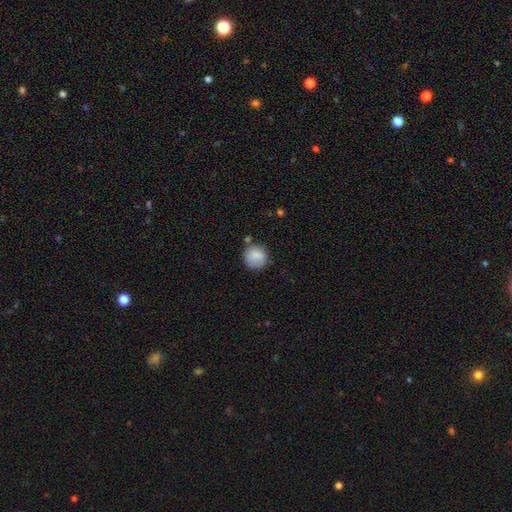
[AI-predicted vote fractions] Overall: smooth (83%). How rounded: round (90%). Merging: none (71%).